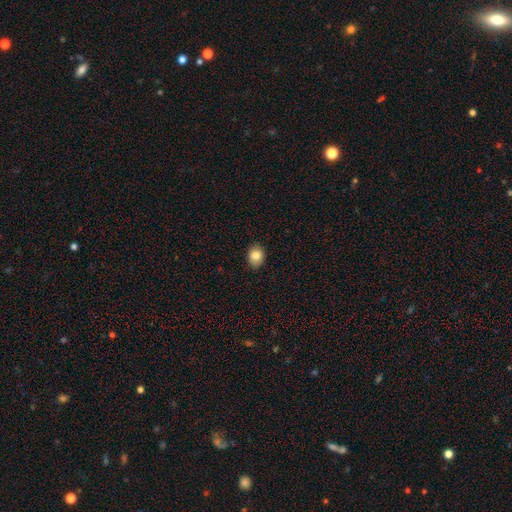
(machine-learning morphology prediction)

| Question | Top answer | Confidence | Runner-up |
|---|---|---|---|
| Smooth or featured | smooth | 84% | star or artifact (9%) |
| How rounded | in between | 62% | round (37%) |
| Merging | none | 88% | minor disturbance (9%) |